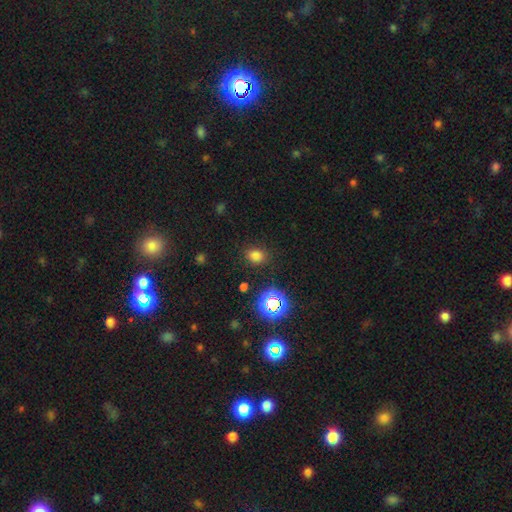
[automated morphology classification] smooth 74%, star or artifact 21%, featured or disk 5%. Down the decision tree: how rounded — in between (51%); merging — none (84%).